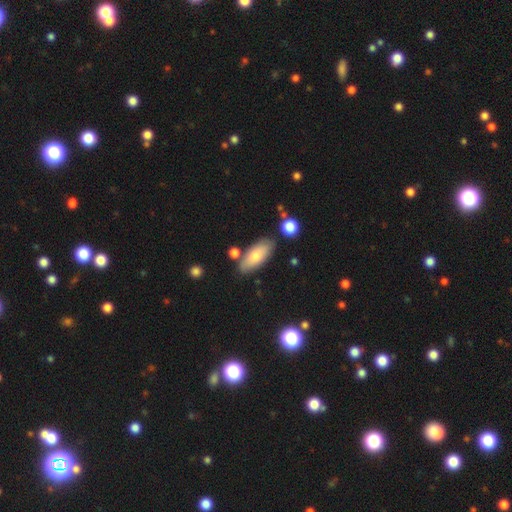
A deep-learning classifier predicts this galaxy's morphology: A smooth galaxy with no disk features (73%) that is in between round and cigar-shaped (79%).

Vote fractions:
- Smooth or featured? smooth: 73% / featured or disk: 21% / star or artifact: 6%
- How rounded? in between: 79% / cigar-shaped: 19% / round: 3%
- Merging? none: 78% / minor disturbance: 13% / merger: 6% / major disturbance: 3%